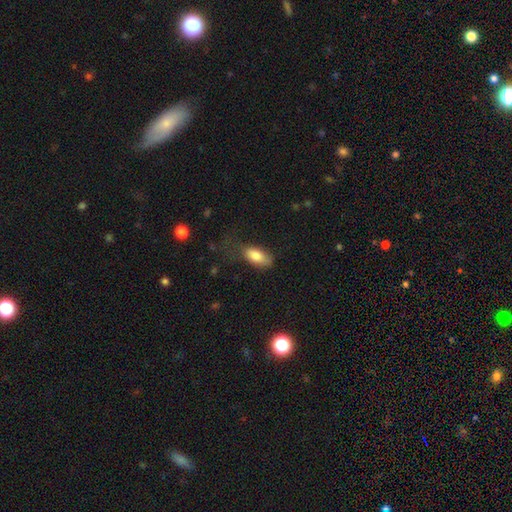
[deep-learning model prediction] Smooth or featured? smooth (82%)
How rounded? in between (89%)
Merging? none (50%)